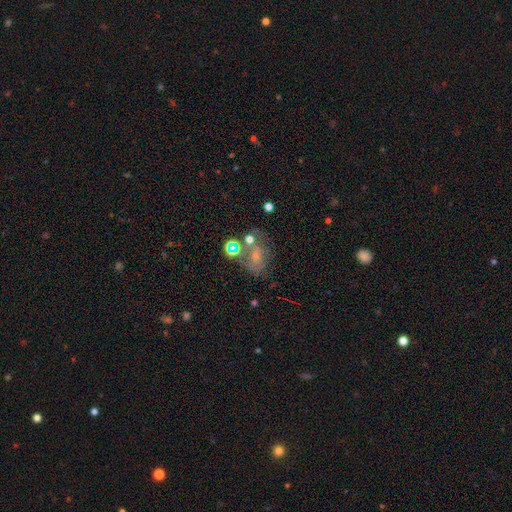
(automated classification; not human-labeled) Smooth or featured?
  - featured or disk: 42% *
  - smooth: 35%
  - star or artifact: 23%
Merging?
  - none: 35% *
  - major disturbance: 23%
  - merger: 23%
  - minor disturbance: 19%